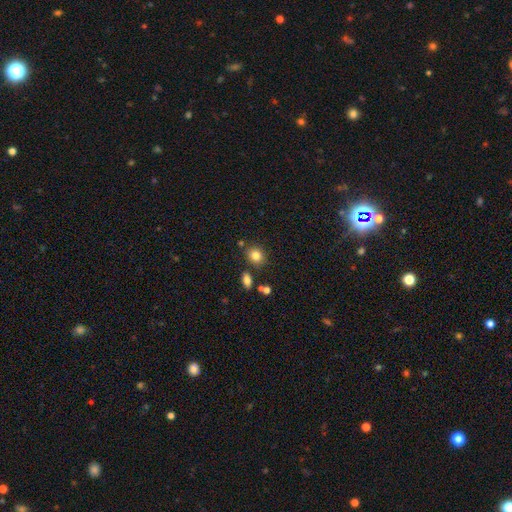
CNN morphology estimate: smooth_or_featured: smooth (p=0.82) [alt: star or artifact p=0.11]
how_rounded: round (p=0.70) [alt: in between p=0.29]
merging: none (p=0.79) [alt: minor disturbance p=0.11]